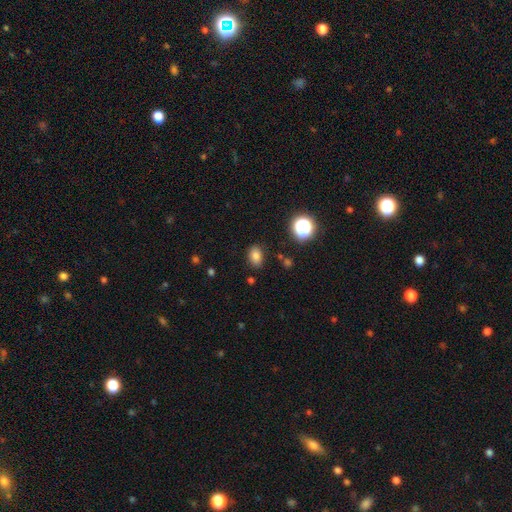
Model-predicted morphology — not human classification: The model was most divided on "how rounded": in between: 79%, round: 20%, cigar-shaped: 1%. More confident: merging — none (85%); smooth or featured — smooth (79%).